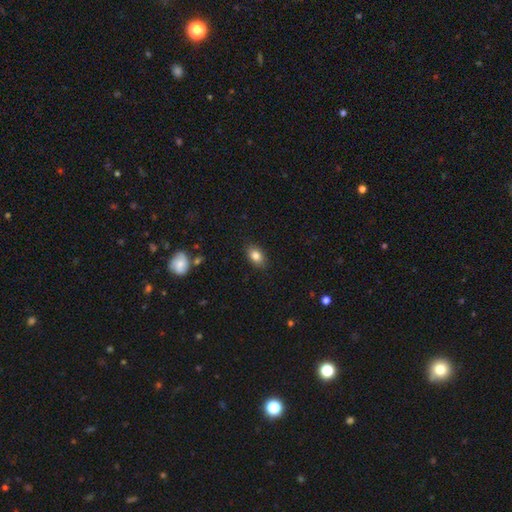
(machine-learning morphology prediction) Smooth or featured? smooth (83%)
How rounded? in between (85%)
Merging? none (86%)